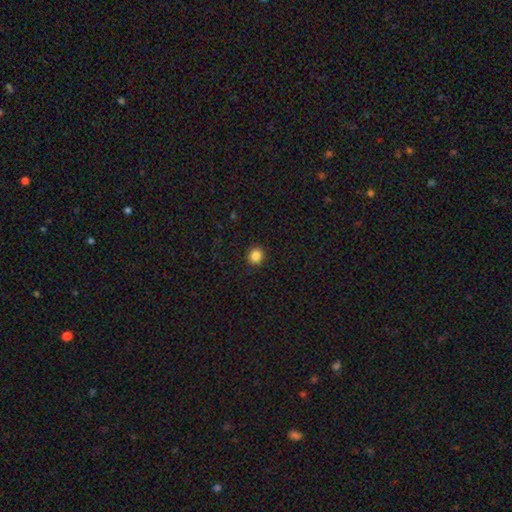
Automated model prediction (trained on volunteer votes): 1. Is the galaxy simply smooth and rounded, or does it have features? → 86% smooth, 11% star or artifact, 4% featured or disk.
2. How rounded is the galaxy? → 89% round, 10% in between, 1% cigar-shaped.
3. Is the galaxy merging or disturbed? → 92% none, 5% minor disturbance, 2% major disturbance, 1% merger.